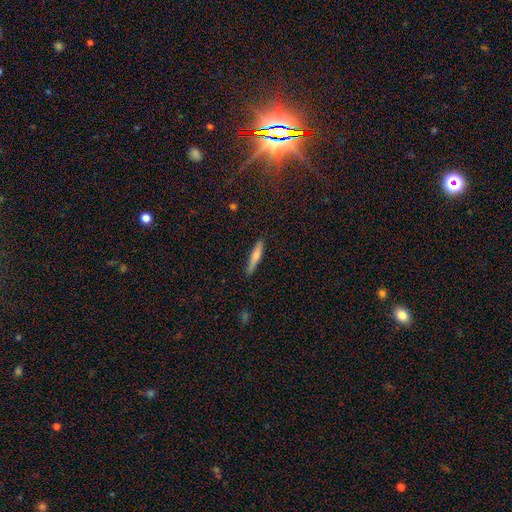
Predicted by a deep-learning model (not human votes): smooth-or-featured: smooth: 70% | featured or disk: 24% | star or artifact: 6%
  how-rounded: cigar-shaped: 90% | in between: 8% | round: 1%
  merging: none: 86% | minor disturbance: 10% | major disturbance: 2% | merger: 1%